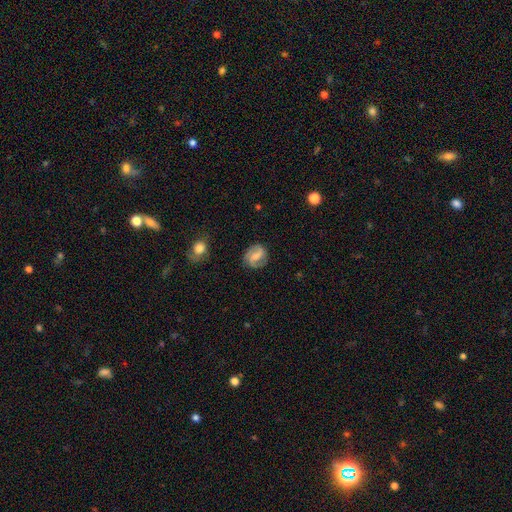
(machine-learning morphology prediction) Smooth or featured? Predicted: featured or disk (p=0.66). Edge-on disk? Predicted: no (p=0.97). Bar? Predicted: weak (p=0.50). Spiral arms? Predicted: yes (p=0.92). Spiral winding? Predicted: medium (p=0.45). Spiral arm count? Predicted: 2 (p=0.80). Bulge size? Predicted: small (p=0.43). Merging? Predicted: none (p=0.79).